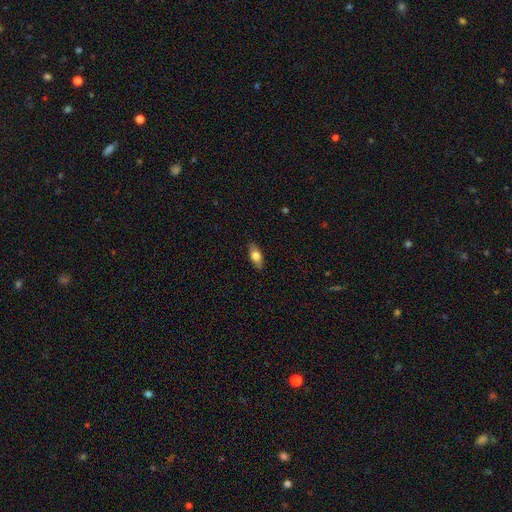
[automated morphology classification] smooth-or-featured: smooth: 71% | featured or disk: 23% | star or artifact: 7%
  how-rounded: in between: 81% | cigar-shaped: 15% | round: 4%
  merging: none: 87% | minor disturbance: 10% | major disturbance: 2% | merger: 1%